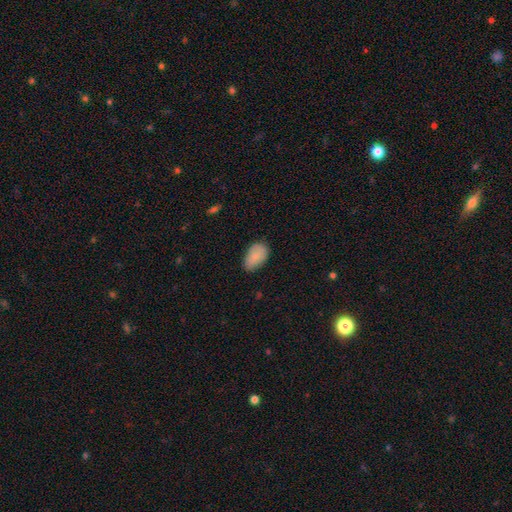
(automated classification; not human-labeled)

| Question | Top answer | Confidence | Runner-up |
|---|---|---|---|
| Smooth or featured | smooth | 86% | featured or disk (8%) |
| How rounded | in between | 92% | round (7%) |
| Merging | none | 74% | minor disturbance (22%) |